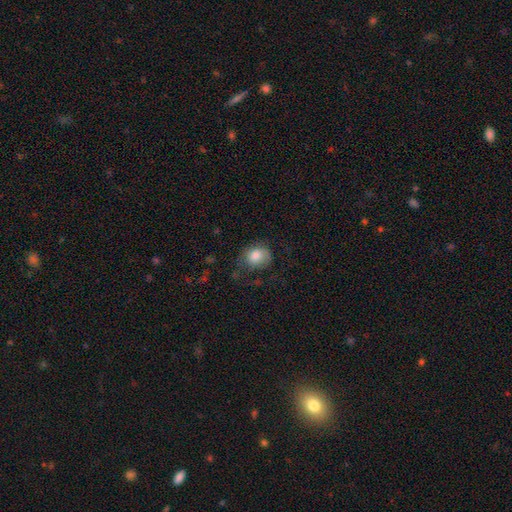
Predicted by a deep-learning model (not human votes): smooth-or-featured: smooth: 78% | featured or disk: 14% | star or artifact: 8%
  how-rounded: round: 57% | in between: 42% | cigar-shaped: 1%
  merging: none: 50% | minor disturbance: 28% | major disturbance: 20% | merger: 2%